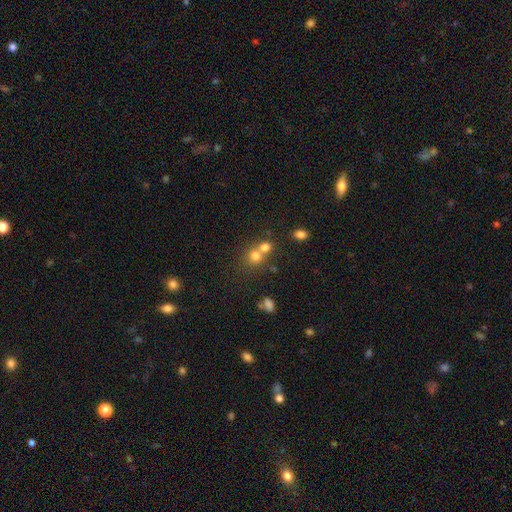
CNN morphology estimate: type=smooth (73%); roundness=round (80%); merging=merger (52%).